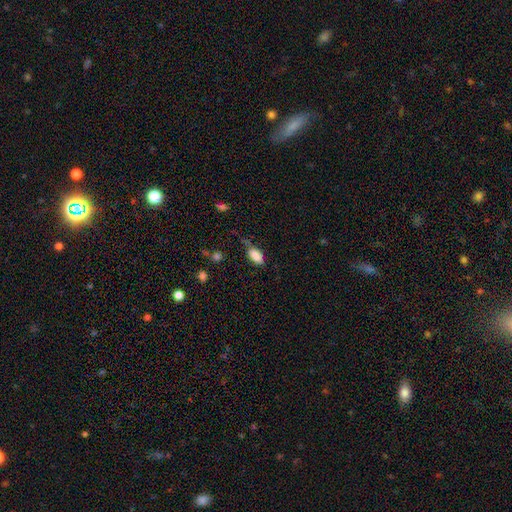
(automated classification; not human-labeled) This appears to be a smooth galaxy with no disk features (86%) that is in between round and cigar-shaped (91%). Merging: none (58%).